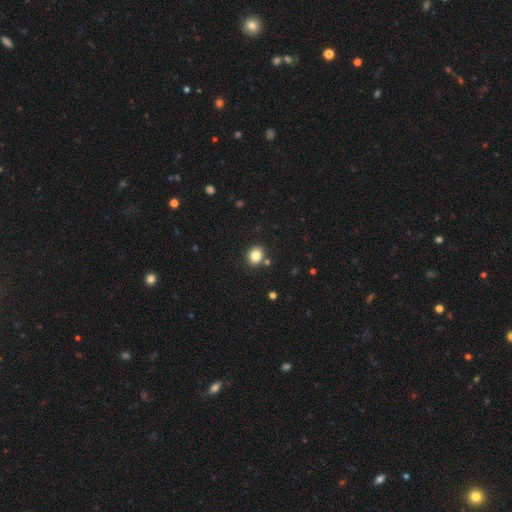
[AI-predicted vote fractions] Smooth or featured? Predicted: smooth (p=0.83). How rounded? Predicted: round (p=0.69). Merging? Predicted: none (p=0.84).